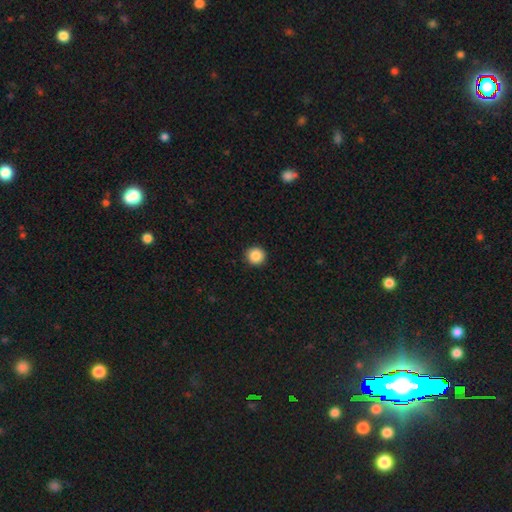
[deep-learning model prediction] smooth-or-featured: smooth: 87% | star or artifact: 9% | featured or disk: 3%
  how-rounded: round: 95% | in between: 4% | cigar-shaped: 1%
  merging: none: 93% | minor disturbance: 5% | major disturbance: 2% | merger: 1%